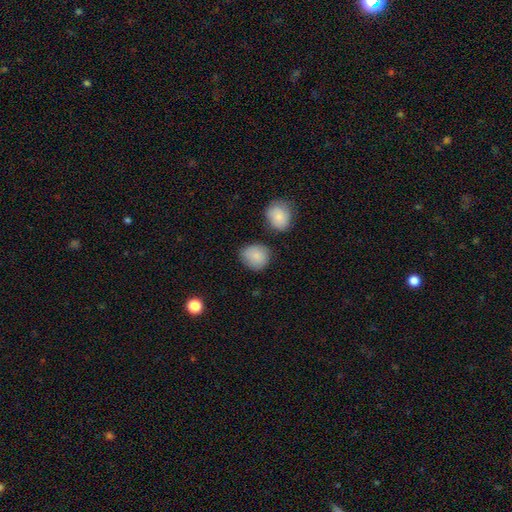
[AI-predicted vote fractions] This is clearly a smooth galaxy (86%). How rounded: likely round (77%). Merging: likely none (73%).